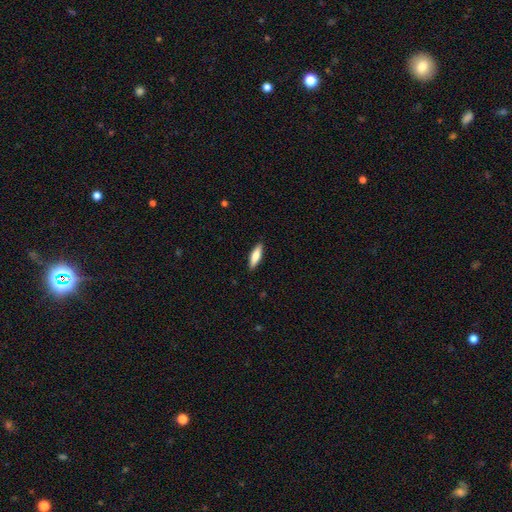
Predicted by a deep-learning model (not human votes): The model was most divided on "how rounded": cigar-shaped: 62%, in between: 37%, round: 2%. More confident: merging — none (90%); smooth or featured — smooth (77%).